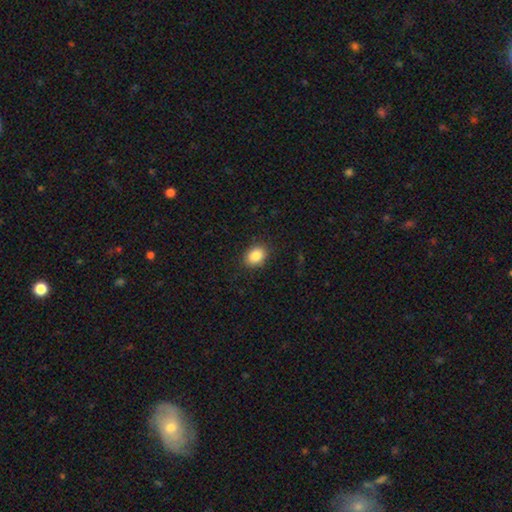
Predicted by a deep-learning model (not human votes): This is clearly a smooth galaxy (86%). How rounded: likely in between (63%). Merging: clearly none (87%).